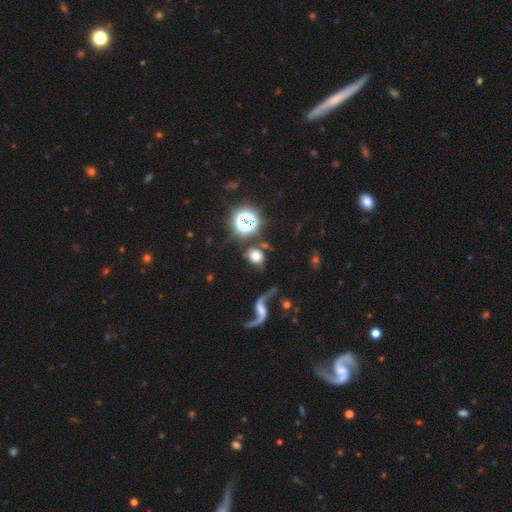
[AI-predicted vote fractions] Q: Smooth or featured?
A: smooth (59%); runner-up: featured or disk (22%)
Q: How rounded?
A: round (80%); runner-up: in between (18%)
Q: Merging?
A: none (70%); runner-up: minor disturbance (12%)